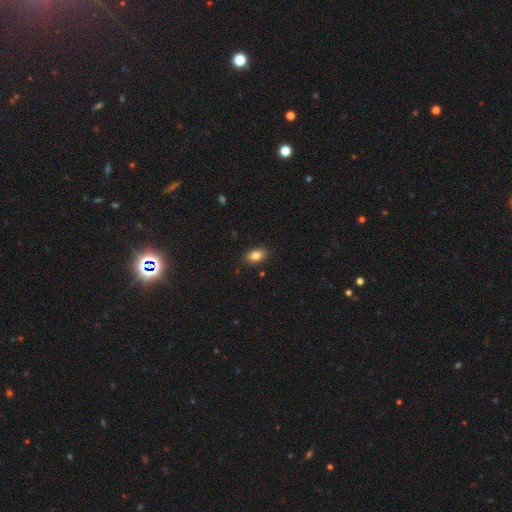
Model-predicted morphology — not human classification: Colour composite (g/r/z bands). It shows a smooth galaxy with no disk features (83%) that is in between round and cigar-shaped (85%). Merging: none (86%).